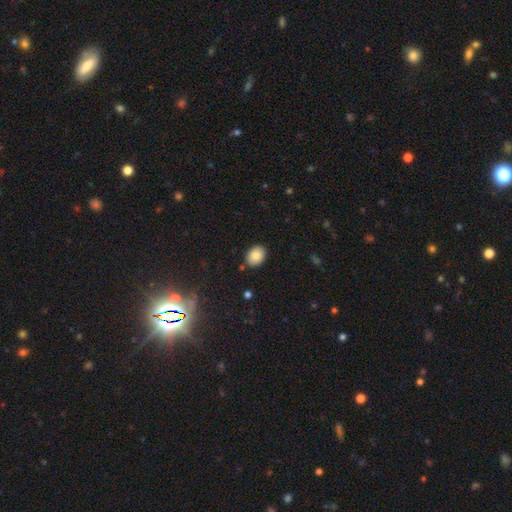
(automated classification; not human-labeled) This appears to be a smooth galaxy with no disk features (82%) that is in between round and cigar-shaped (67%). Merging: none (87%).